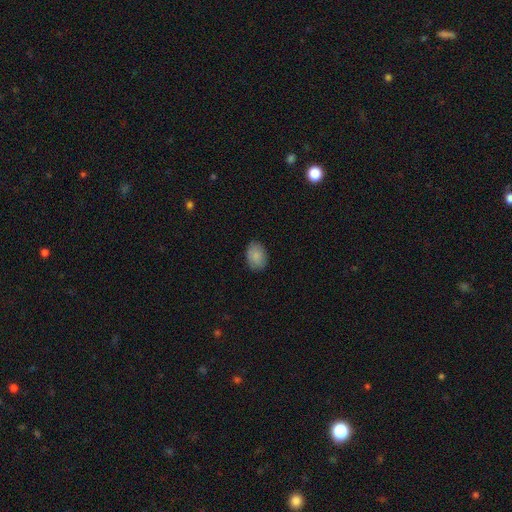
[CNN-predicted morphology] Smooth or featured? smooth (88%)
How rounded? in between (77%)
Merging? none (85%)